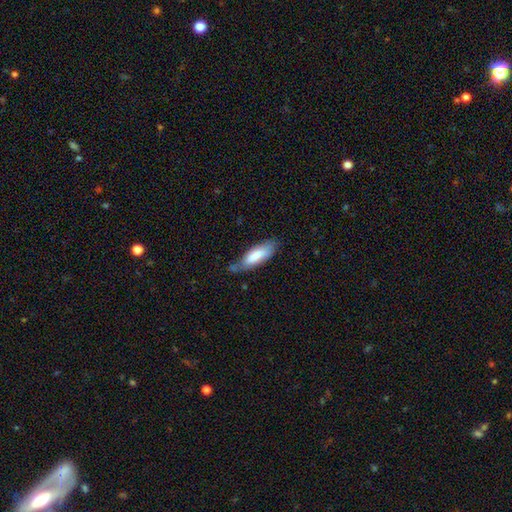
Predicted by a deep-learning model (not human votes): Smooth or featured? smooth (76%)
How rounded? in between (59%)
Merging? none (54%)